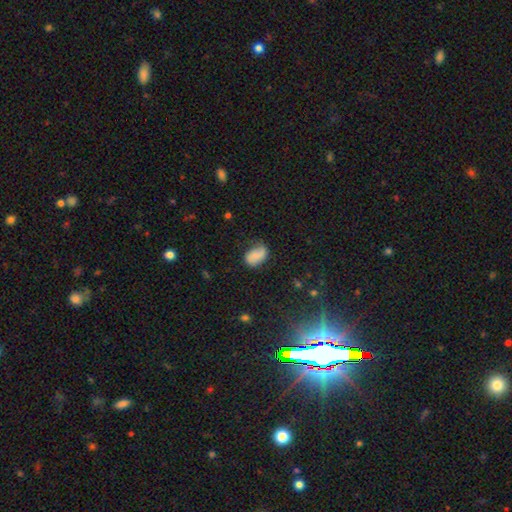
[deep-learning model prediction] A smooth galaxy with no disk features (66%) that is in between round and cigar-shaped (84%). Merging: none (55%).